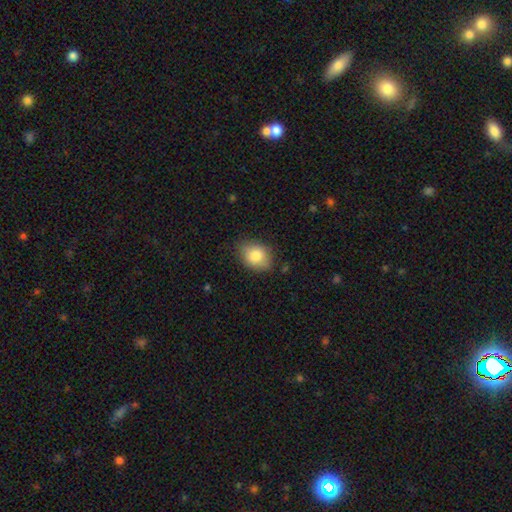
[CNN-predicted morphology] Overall: smooth (83%). How rounded: in between (64%; round 35%). Merging: none (75%).